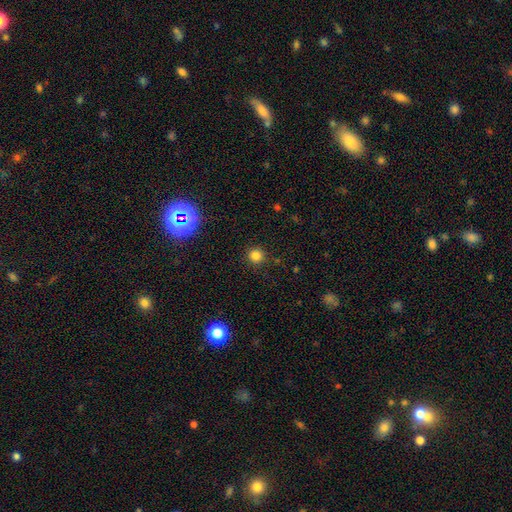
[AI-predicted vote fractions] Smooth or featured?
  - smooth: 81% *
  - star or artifact: 15%
  - featured or disk: 4%
How rounded?
  - round: 94% *
  - in between: 5%
  - cigar-shaped: 1%
Merging?
  - none: 91% *
  - minor disturbance: 6%
  - major disturbance: 2%
  - merger: 1%